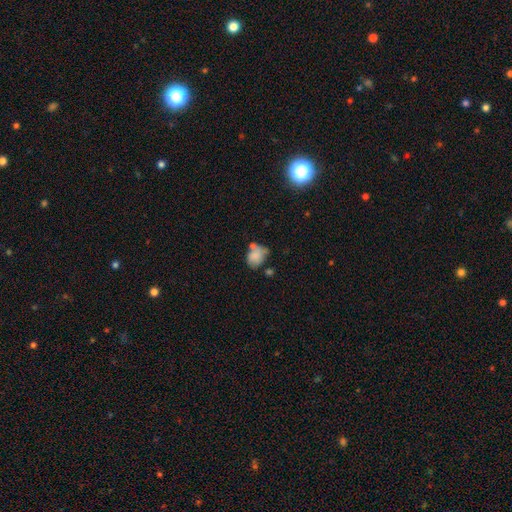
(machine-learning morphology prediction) A smooth galaxy with no disk features (74%) that is in between round and cigar-shaped (58%). Merging: none (38%).